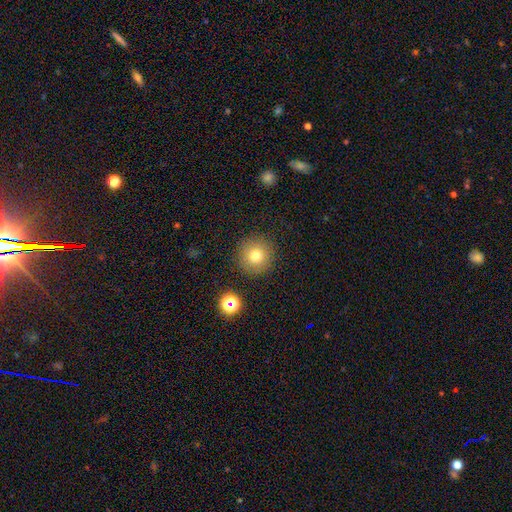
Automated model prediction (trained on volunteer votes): A smooth galaxy with no disk features (76%) that is round (96%).

Vote fractions:
- Smooth or featured? smooth: 76% / star or artifact: 13% / featured or disk: 11%
- How rounded? round: 96% / in between: 3% / cigar-shaped: 1%
- Merging? none: 89% / minor disturbance: 7% / major disturbance: 3% / merger: 2%